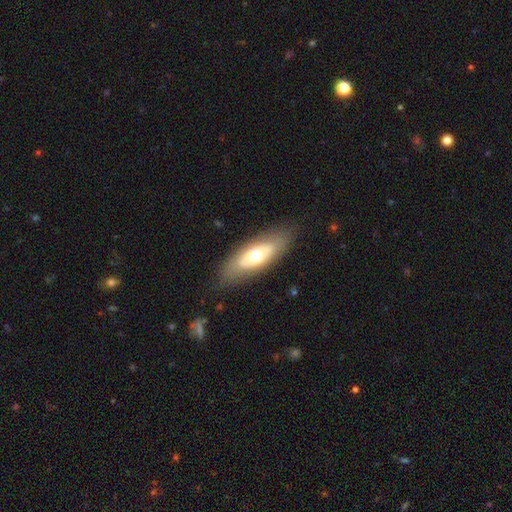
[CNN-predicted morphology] Smooth or featured: smooth — 53% (featured or disk — 41%)
How rounded: in between — 72% (cigar-shaped — 26%)
Merging: none — 81% (minor disturbance — 13%)